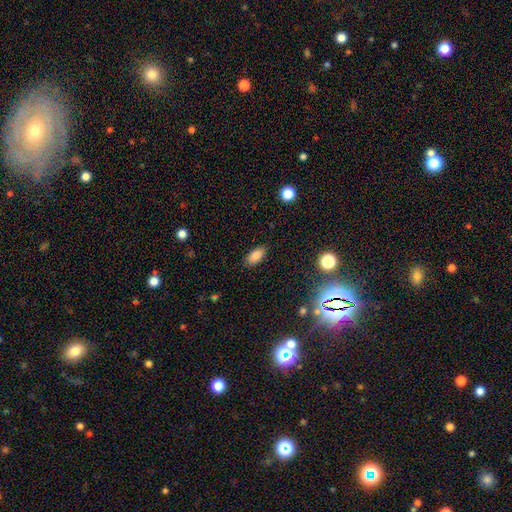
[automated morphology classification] smooth_or_featured: smooth (p=0.85) [alt: star or artifact p=0.10]
how_rounded: in between (p=0.89) [alt: cigar-shaped p=0.08]
merging: none (p=0.86) [alt: minor disturbance p=0.10]